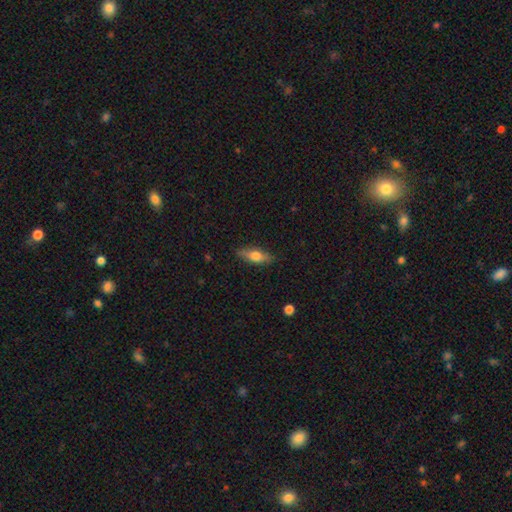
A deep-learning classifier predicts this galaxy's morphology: Smooth or featured? smooth (63%)
How rounded? in between (60%)
Merging? none (85%)